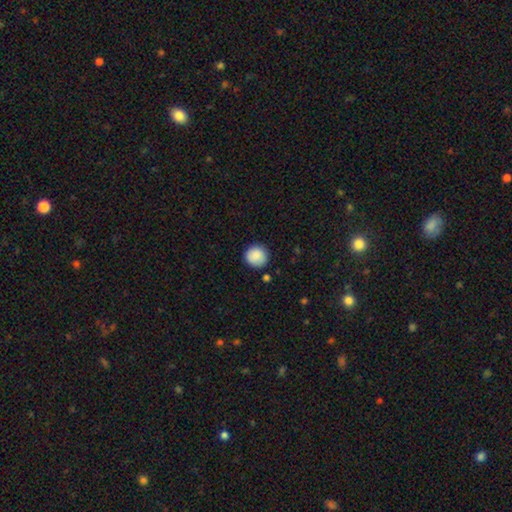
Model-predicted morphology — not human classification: smooth-or-featured: smooth: 88% | star or artifact: 8% | featured or disk: 4%
  how-rounded: round: 94% | in between: 5% | cigar-shaped: 1%
  merging: none: 87% | minor disturbance: 9% | major disturbance: 2% | merger: 2%